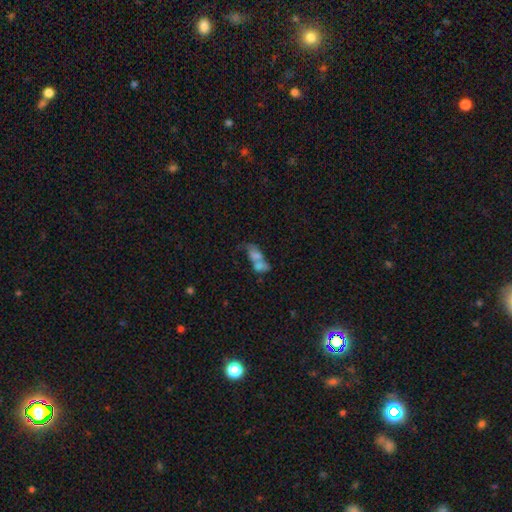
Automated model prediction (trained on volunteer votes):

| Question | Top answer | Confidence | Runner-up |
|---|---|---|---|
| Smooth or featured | smooth | 57% | featured or disk (30%) |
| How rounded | in between | 79% | round (11%) |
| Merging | merger | 65% | none (15%) |